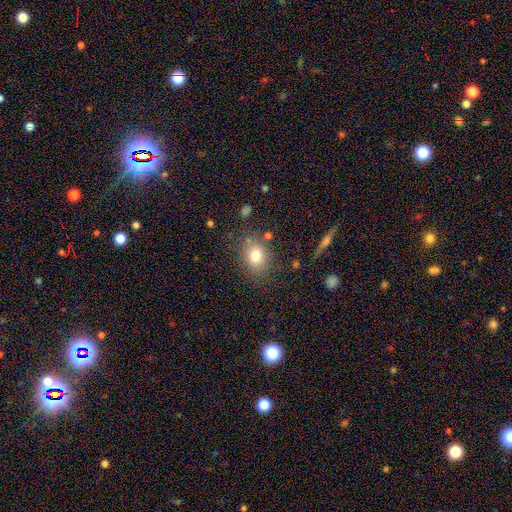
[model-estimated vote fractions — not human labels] Morphology: type=smooth (76%); roundness=round (55%); merging=none (77%).